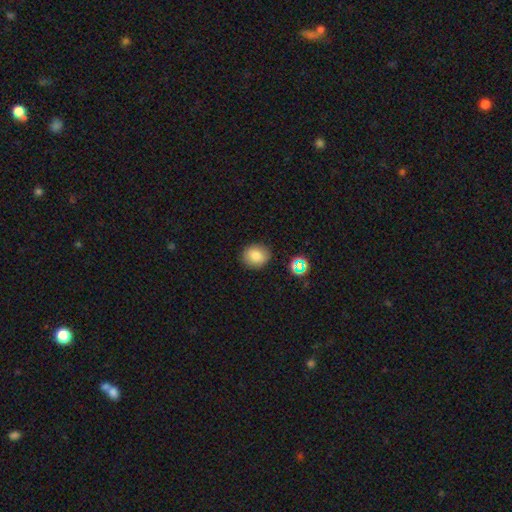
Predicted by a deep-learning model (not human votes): The model was most divided on "how rounded": round: 71%, in between: 28%, cigar-shaped: 1%. More confident: merging — none (86%); smooth or featured — smooth (81%).